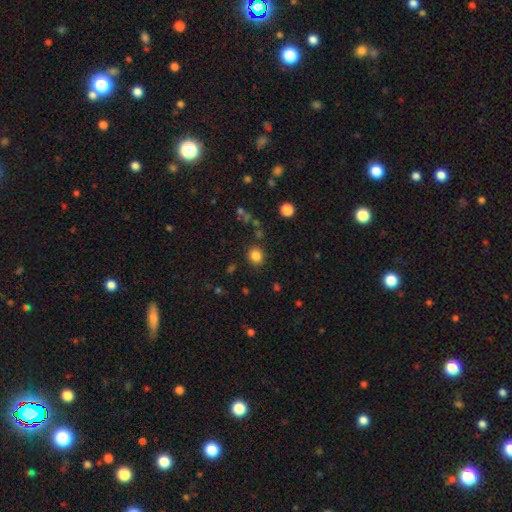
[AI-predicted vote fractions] Smooth or featured?
  - smooth: 83% *
  - star or artifact: 12%
  - featured or disk: 5%
How rounded?
  - round: 76% *
  - in between: 23%
  - cigar-shaped: 1%
Merging?
  - none: 86% *
  - minor disturbance: 9%
  - major disturbance: 3%
  - merger: 3%